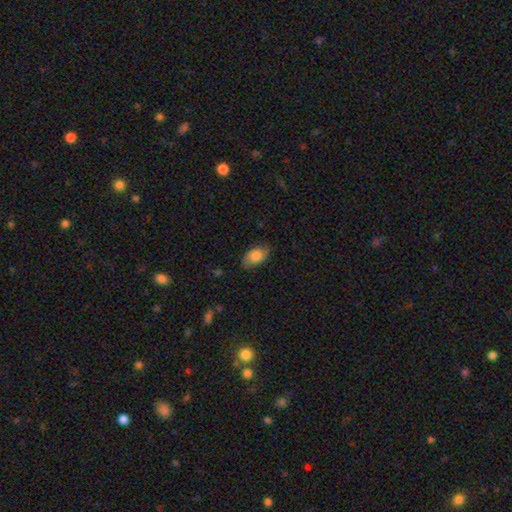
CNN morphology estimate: smooth 81%, featured or disk 12%, star or artifact 7%. Down the decision tree: how rounded — in between (91%); merging — none (79%).